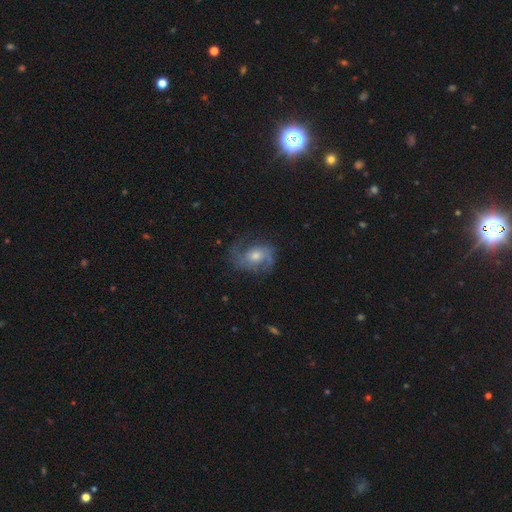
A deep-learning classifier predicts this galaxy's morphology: A featured or disk galaxy (78%) with no bar (64%), 2 (75%) medium (50%) spiral arms (94%) and a moderate central bulge (60%).

Vote fractions:
- Smooth or featured? featured or disk: 78% / smooth: 13% / star or artifact: 9%
- Edge-on disk? no: 97% / yes: 3%
- Bar? no: 64% / weak: 30% / strong: 6%
- Spiral arms? yes: 94% / no: 6%
- Spiral winding? medium: 50% / tight: 26% / loose: 24%
- Spiral arm count? 2: 75% / can't tell: 10% / 3: 6% / 1: 4% / 4: 2% / more than 4: 2%
- Bulge size? moderate: 60% / small: 27% / large: 9% / none: 2% / dominant: 1%
- Merging? none: 70% / minor disturbance: 18% / major disturbance: 11% / merger: 1%